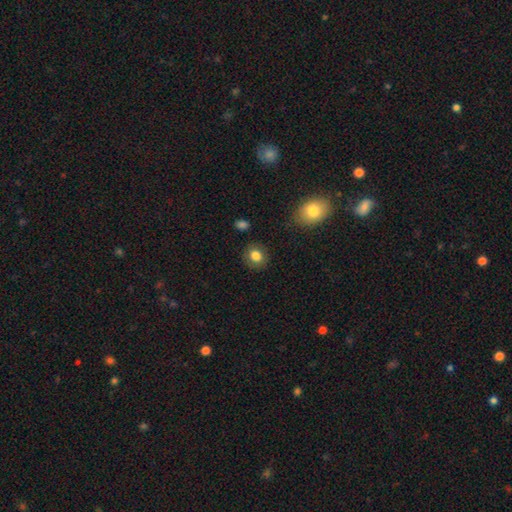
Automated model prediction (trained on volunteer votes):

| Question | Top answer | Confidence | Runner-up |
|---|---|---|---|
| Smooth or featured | smooth | 83% | star or artifact (9%) |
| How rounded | round | 73% | in between (26%) |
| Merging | none | 86% | minor disturbance (10%) |